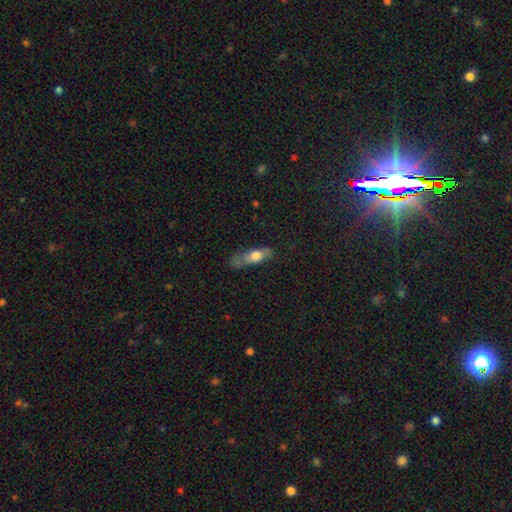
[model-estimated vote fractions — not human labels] Overall: smooth (64%; featured or disk 28%). How rounded: cigar-shaped (58%; in between 39%). Merging: none (51%; minor disturbance 30%).